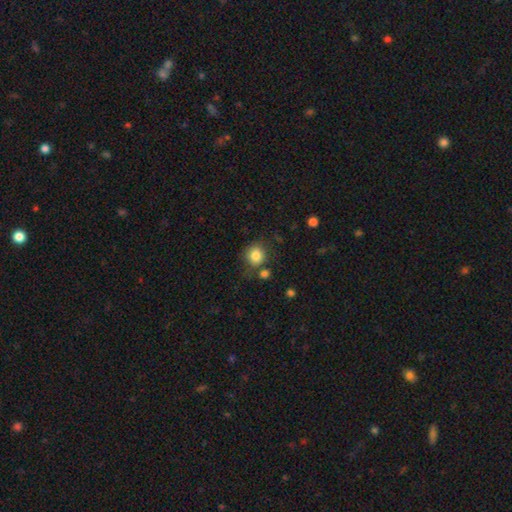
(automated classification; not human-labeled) smooth-or-featured: smooth: 84% | star or artifact: 10% | featured or disk: 6%
  how-rounded: round: 85% | in between: 14% | cigar-shaped: 1%
  merging: none: 73% | minor disturbance: 13% | merger: 9% | major disturbance: 5%